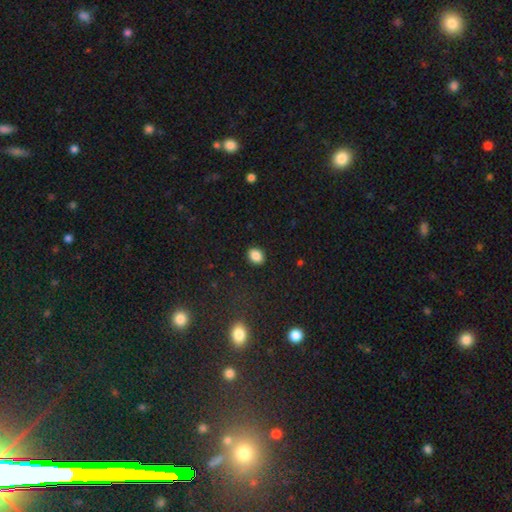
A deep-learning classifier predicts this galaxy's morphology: The model was most divided on "how rounded": in between: 53%, round: 46%, cigar-shaped: 1%. More confident: merging — none (90%); smooth or featured — smooth (87%).